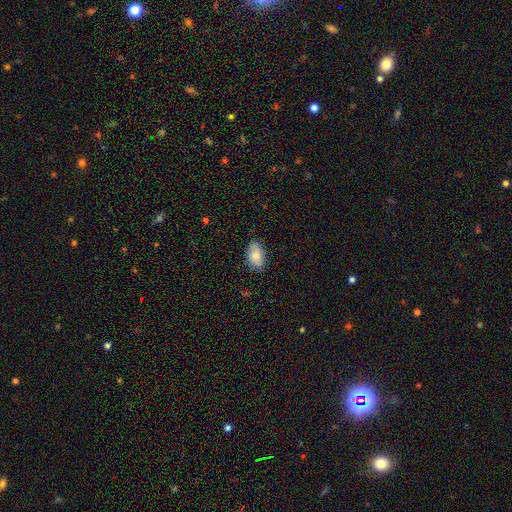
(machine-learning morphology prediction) This appears to be a smooth galaxy with no disk features (75%) that is in between round and cigar-shaped (91%). Merging: none (75%).